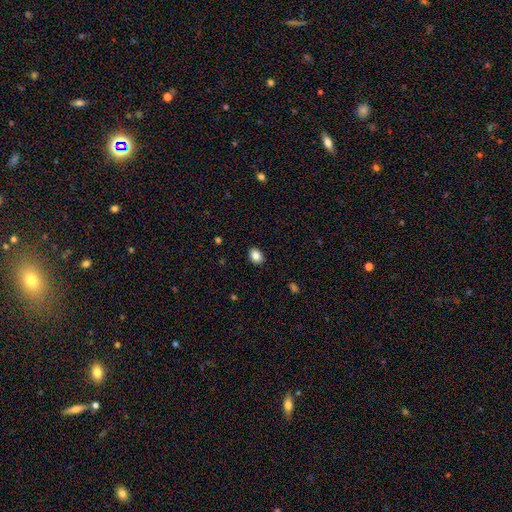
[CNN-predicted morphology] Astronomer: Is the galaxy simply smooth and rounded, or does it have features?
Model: smooth — 85%.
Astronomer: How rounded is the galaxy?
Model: in between — 67%.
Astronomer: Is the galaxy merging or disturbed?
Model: none — 89%.